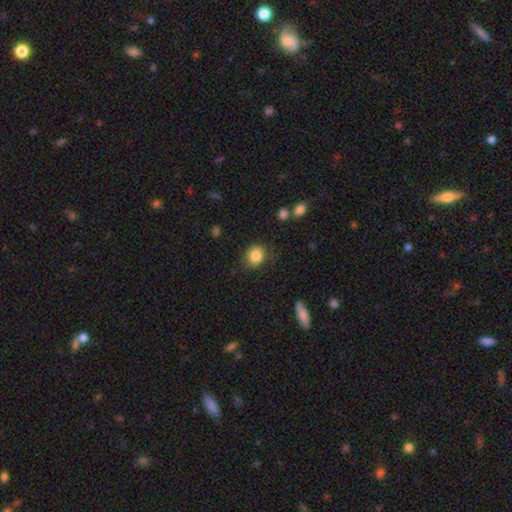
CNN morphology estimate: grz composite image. It shows a smooth galaxy with no disk features (85%) that is round (71%). Merging: none (79%).